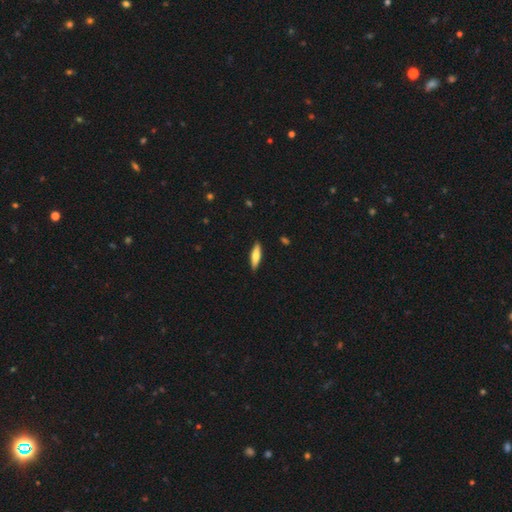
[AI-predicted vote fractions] Smooth or featured? smooth (69%)
How rounded? cigar-shaped (66%)
Merging? none (89%)